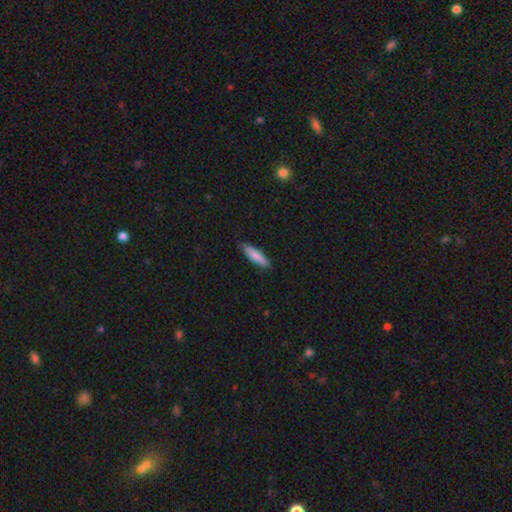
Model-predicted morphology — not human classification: smooth 83%, featured or disk 11%, star or artifact 5%. Down the decision tree: how rounded — cigar-shaped (73%); merging — none (84%).